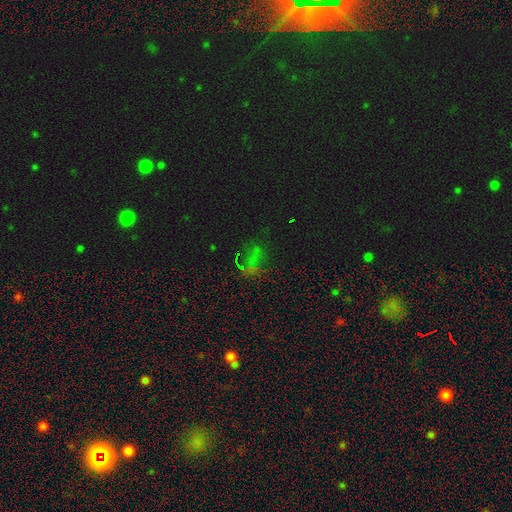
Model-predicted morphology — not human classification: star or artifact 55%, smooth 29%, featured or disk 16%.